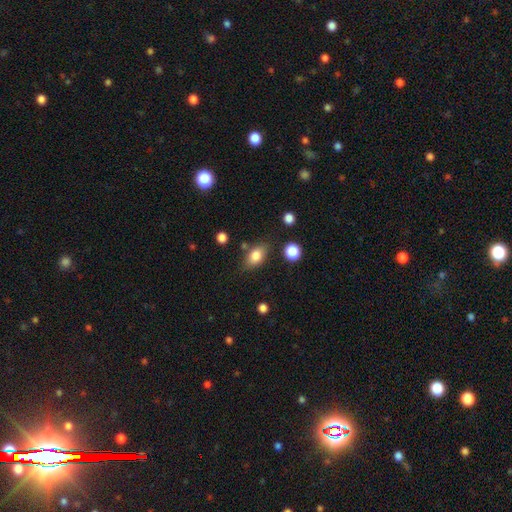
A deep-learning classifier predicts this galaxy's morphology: smooth-or-featured: smooth: 80% | featured or disk: 11% | star or artifact: 9%
  how-rounded: in between: 82% | round: 14% | cigar-shaped: 4%
  merging: none: 77% | minor disturbance: 14% | merger: 5% | major disturbance: 4%